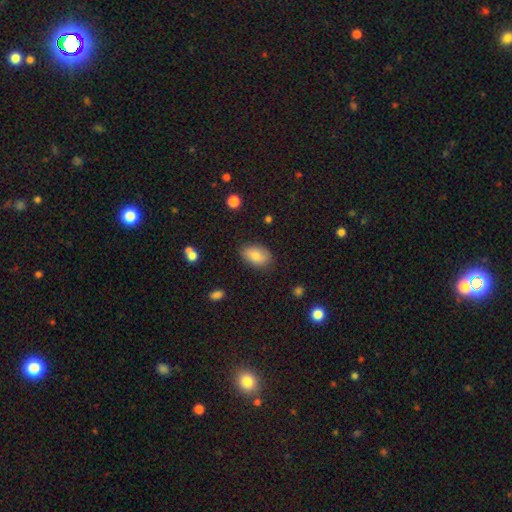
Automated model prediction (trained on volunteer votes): This is likely a smooth galaxy (78%). How rounded: clearly in between (90%). Merging: likely none (77%).